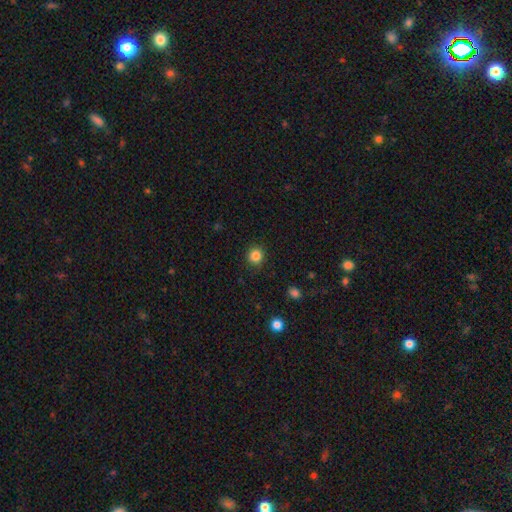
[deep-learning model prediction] Smooth or featured: smooth — 85% (star or artifact — 11%)
How rounded: round — 91% (in between — 8%)
Merging: none — 90% (minor disturbance — 7%)